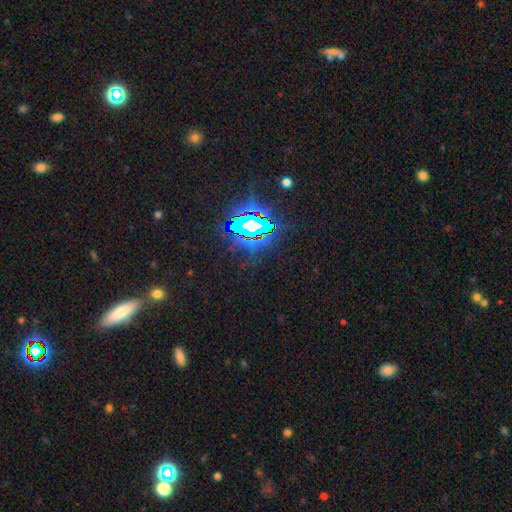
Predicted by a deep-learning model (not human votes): Smooth or featured? Predicted: star or artifact (p=0.77).